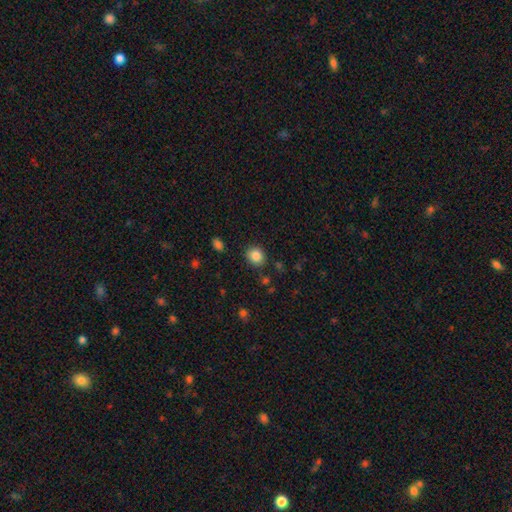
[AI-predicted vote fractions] Morphology: type=smooth (85%); roundness=round (72%); merging=none (85%).